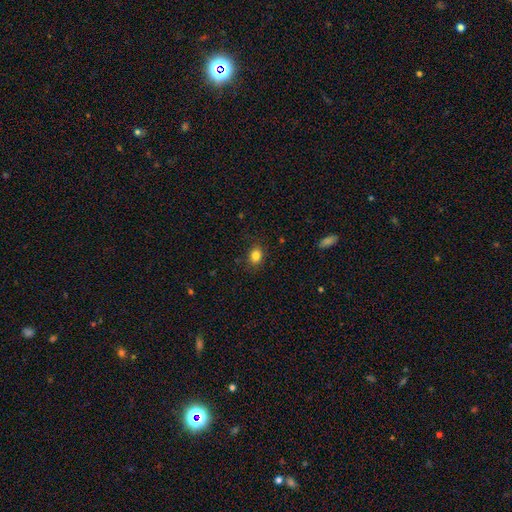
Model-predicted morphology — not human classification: Smooth or featured? smooth (84%)
How rounded? in between (56%)
Merging? none (86%)